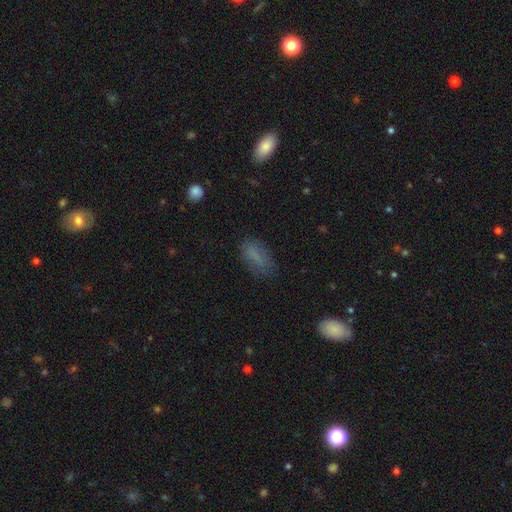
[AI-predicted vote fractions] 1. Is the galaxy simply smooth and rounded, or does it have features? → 76% smooth, 12% featured or disk, 12% star or artifact.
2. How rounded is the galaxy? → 83% in between, 12% cigar-shaped, 4% round.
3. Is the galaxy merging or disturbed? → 70% none, 20% minor disturbance, 8% major disturbance, 2% merger.